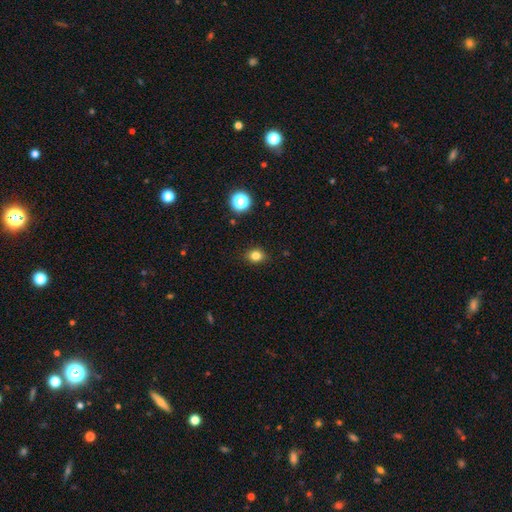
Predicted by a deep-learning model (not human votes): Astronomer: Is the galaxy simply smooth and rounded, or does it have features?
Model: smooth — 82%.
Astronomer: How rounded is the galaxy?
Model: round — 58% (runner-up: in between, 41%).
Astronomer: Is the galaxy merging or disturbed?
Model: none — 88%.